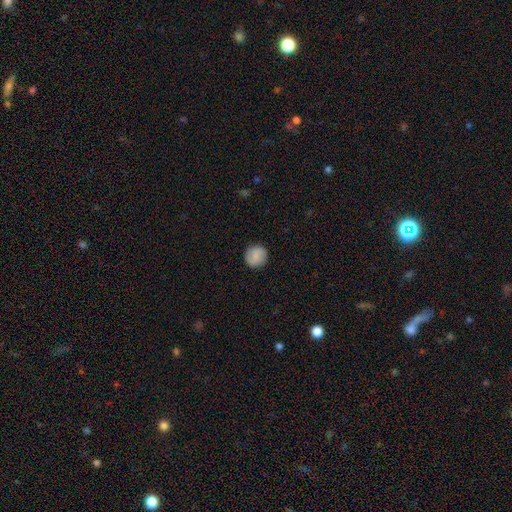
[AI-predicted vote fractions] A smooth galaxy with no disk features (78%) that is round (93%).

Vote fractions:
- Smooth or featured? smooth: 78% / featured or disk: 14% / star or artifact: 8%
- How rounded? round: 93% / in between: 6% / cigar-shaped: 1%
- Merging? none: 90% / minor disturbance: 7% / major disturbance: 2% / merger: 1%